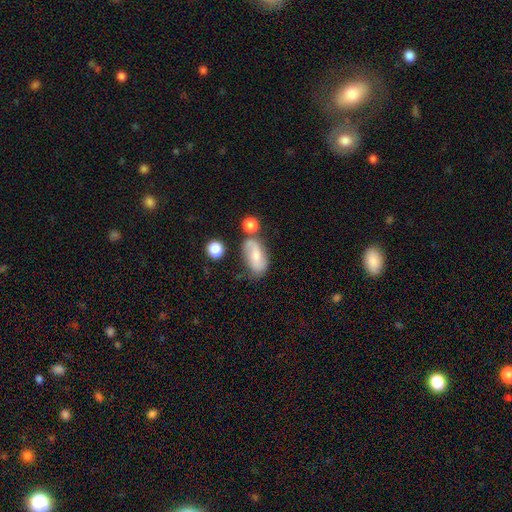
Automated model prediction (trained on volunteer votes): This is possibly a smooth galaxy (49%). Merging: possibly none (53%).